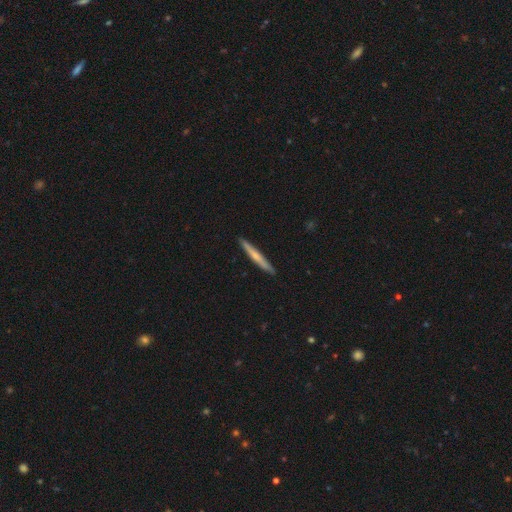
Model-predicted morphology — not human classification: type=smooth (55%); roundness=cigar-shaped (96%); merging=none (92%).